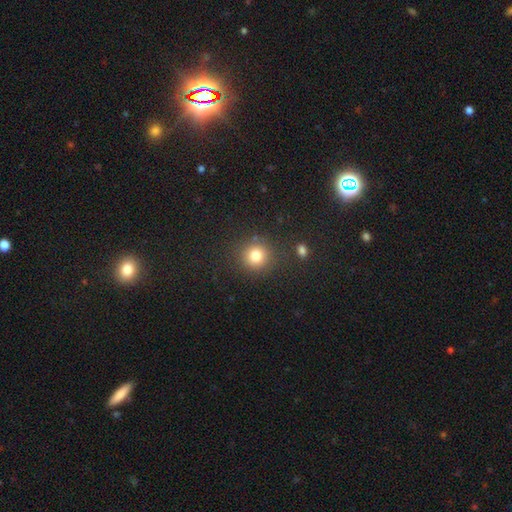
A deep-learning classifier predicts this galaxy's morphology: A smooth galaxy with no disk features (80%) that is round (91%).

Vote fractions:
- Smooth or featured? smooth: 80% / star or artifact: 13% / featured or disk: 7%
- How rounded? round: 91% / in between: 9% / cigar-shaped: 1%
- Merging? none: 85% / minor disturbance: 8% / major disturbance: 4% / merger: 3%